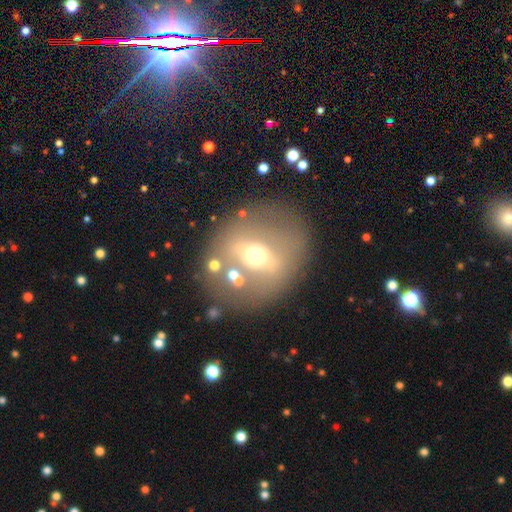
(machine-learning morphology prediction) A featured or disk galaxy (47%). Merging: none (75%).